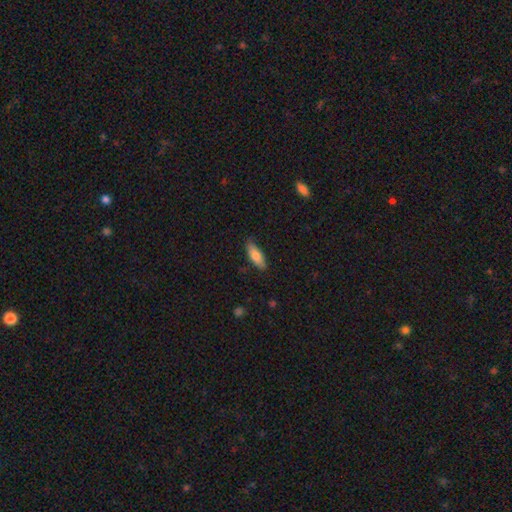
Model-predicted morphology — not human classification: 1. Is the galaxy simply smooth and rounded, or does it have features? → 78% smooth, 16% featured or disk, 6% star or artifact.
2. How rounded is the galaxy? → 61% in between, 37% cigar-shaped, 2% round.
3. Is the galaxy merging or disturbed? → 81% none, 15% minor disturbance, 3% major disturbance, 1% merger.